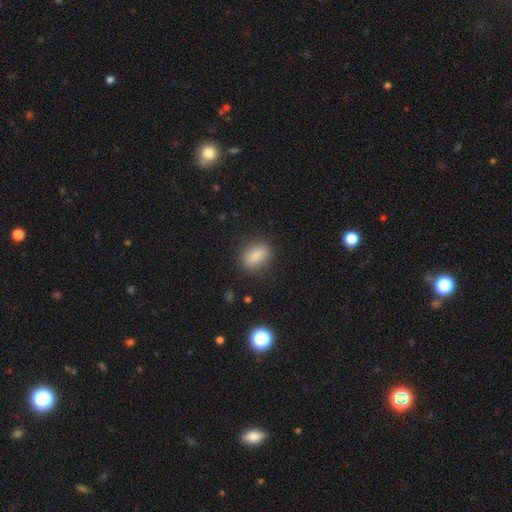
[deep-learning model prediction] A smooth galaxy with no disk features (85%) that is in between round and cigar-shaped (76%). Merging: none (84%).